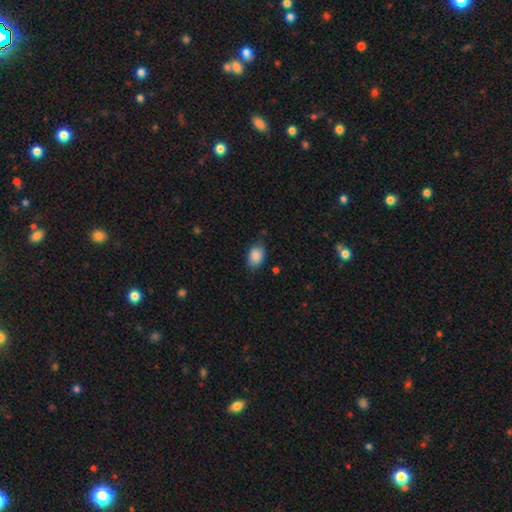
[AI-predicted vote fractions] Smooth or featured? Predicted: smooth (p=0.88). How rounded? Predicted: in between (p=0.81). Merging? Predicted: none (p=0.76).